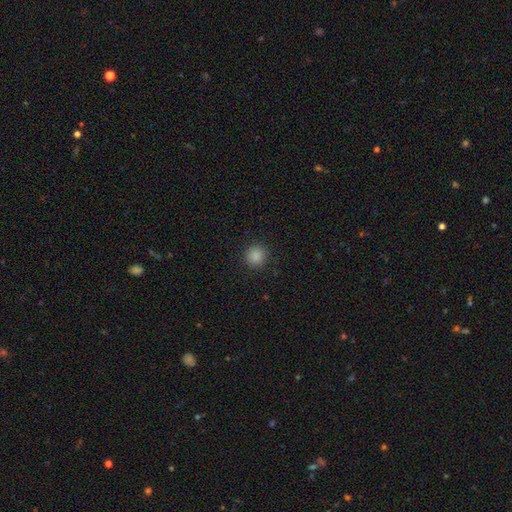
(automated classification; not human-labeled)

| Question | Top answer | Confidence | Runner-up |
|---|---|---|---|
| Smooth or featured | smooth | 86% | star or artifact (11%) |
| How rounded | round | 93% | in between (7%) |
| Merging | none | 91% | minor disturbance (6%) |